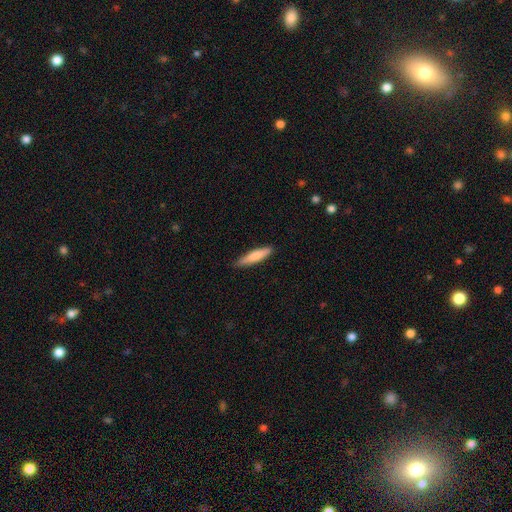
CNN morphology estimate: Smooth or featured? Predicted: smooth (p=0.74). How rounded? Predicted: cigar-shaped (p=0.86). Merging? Predicted: none (p=0.86).